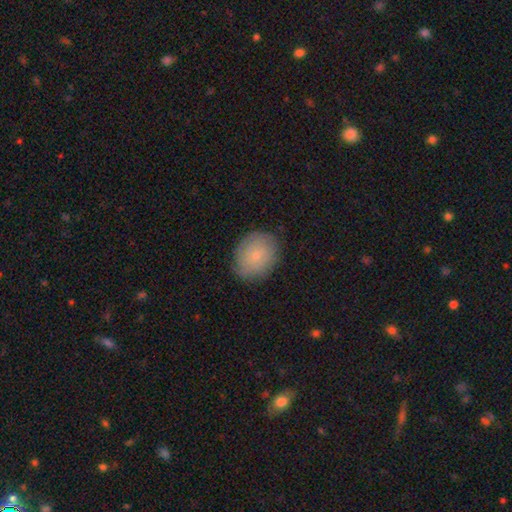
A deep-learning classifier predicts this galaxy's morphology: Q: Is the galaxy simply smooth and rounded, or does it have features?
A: smooth — 64%.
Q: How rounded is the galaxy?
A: round — 51%.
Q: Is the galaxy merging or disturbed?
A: none — 81%.